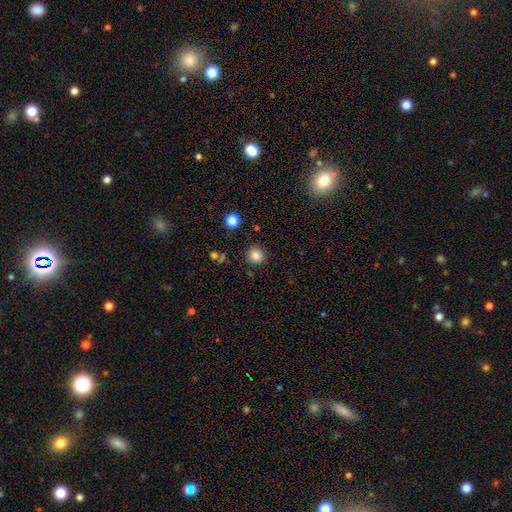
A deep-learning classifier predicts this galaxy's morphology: Smooth or featured?
  - smooth: 84% *
  - star or artifact: 12%
  - featured or disk: 4%
How rounded?
  - round: 90% *
  - in between: 9%
  - cigar-shaped: 1%
Merging?
  - none: 88% *
  - minor disturbance: 8%
  - major disturbance: 3%
  - merger: 2%